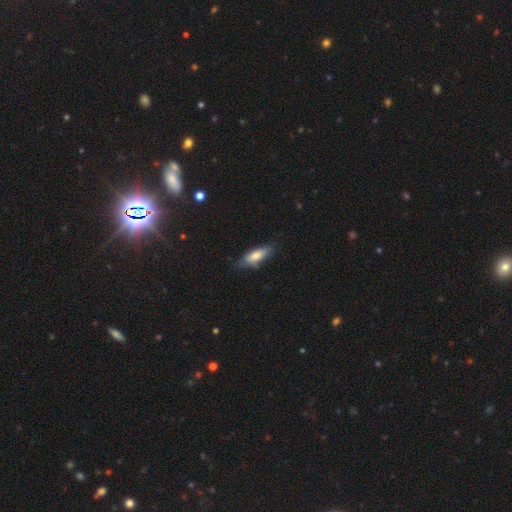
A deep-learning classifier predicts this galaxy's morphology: This appears to be a smooth galaxy with no disk features (76%) that is in between round and cigar-shaped (57%). Merging: none (75%).